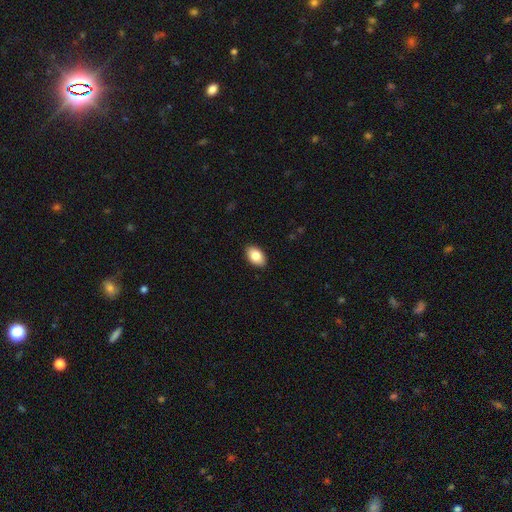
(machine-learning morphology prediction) Smooth or featured: smooth — 84% (featured or disk — 9%)
How rounded: in between — 92% (round — 7%)
Merging: none — 90% (minor disturbance — 7%)